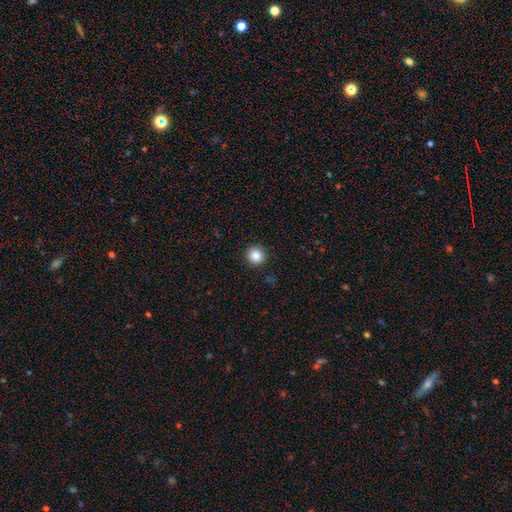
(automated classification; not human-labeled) This appears to be a smooth galaxy with no disk features (85%) that is round (94%). Merging: none (92%).